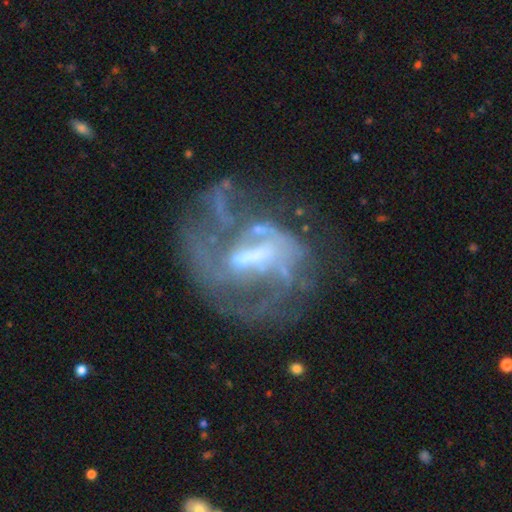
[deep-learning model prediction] featured or disk 80%, star or artifact 10%, smooth 9%. Down the decision tree: edge-on disk — no (97%); bar — weak (41%); spiral arms — yes (71%); spiral arm count — can't tell (33%); spiral winding — medium (41%); bulge size — moderate (36%); merging — major disturbance (42%).